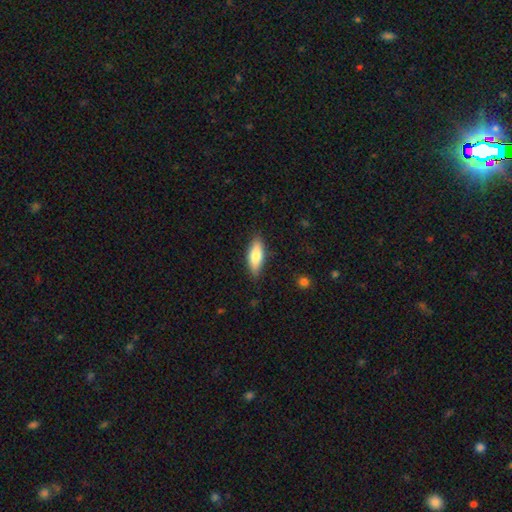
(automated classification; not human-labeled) Overall: smooth (77%). How rounded: in between (68%; cigar-shaped 30%). Merging: none (85%).